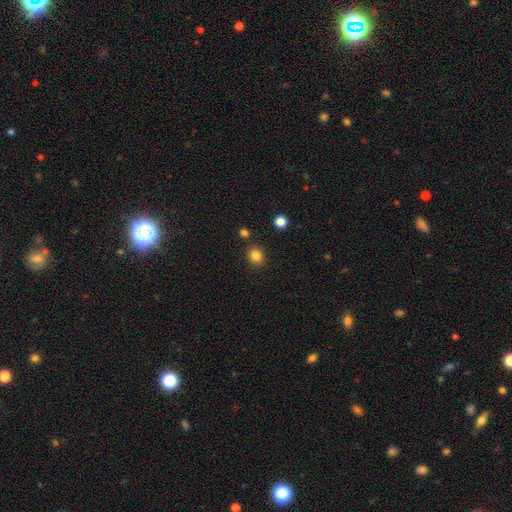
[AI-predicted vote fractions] Smooth or featured?
  - smooth: 83% *
  - star or artifact: 12%
  - featured or disk: 4%
How rounded?
  - round: 79% *
  - in between: 20%
  - cigar-shaped: 1%
Merging?
  - none: 85% *
  - minor disturbance: 8%
  - merger: 4%
  - major disturbance: 2%